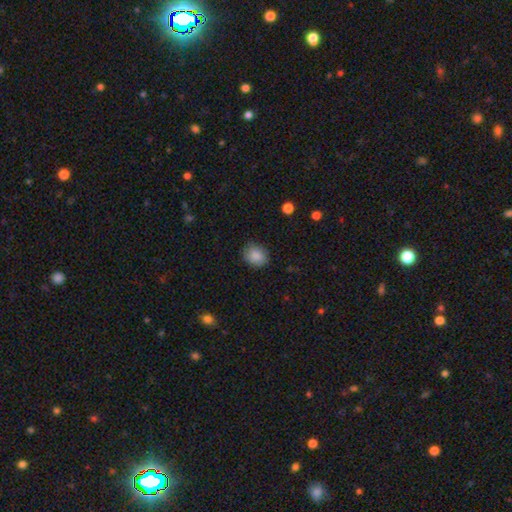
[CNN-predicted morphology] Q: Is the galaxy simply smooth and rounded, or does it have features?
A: smooth — 87%.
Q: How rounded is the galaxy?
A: round — 61%.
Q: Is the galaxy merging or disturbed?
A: none — 82%.